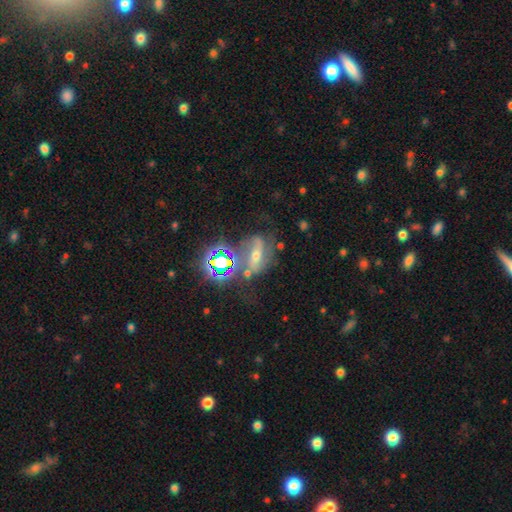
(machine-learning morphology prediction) The model was most divided on "smooth or featured": featured or disk: 49%, star or artifact: 32%, smooth: 19%. More confident: merging — none (52%).